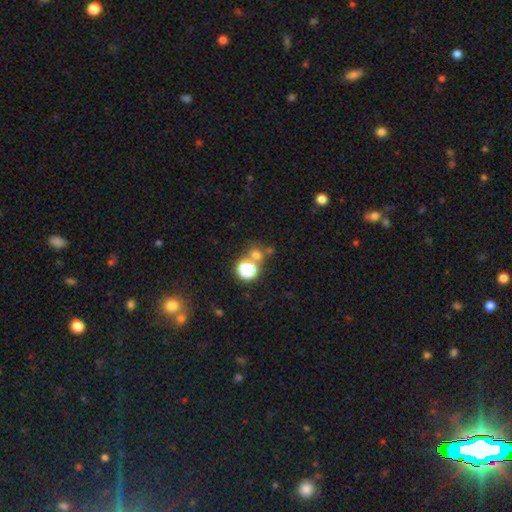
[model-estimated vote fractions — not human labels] Q: Smooth or featured?
A: smooth (61%); runner-up: star or artifact (32%)
Q: How rounded?
A: round (83%); runner-up: in between (16%)
Q: Merging?
A: none (62%); runner-up: merger (25%)